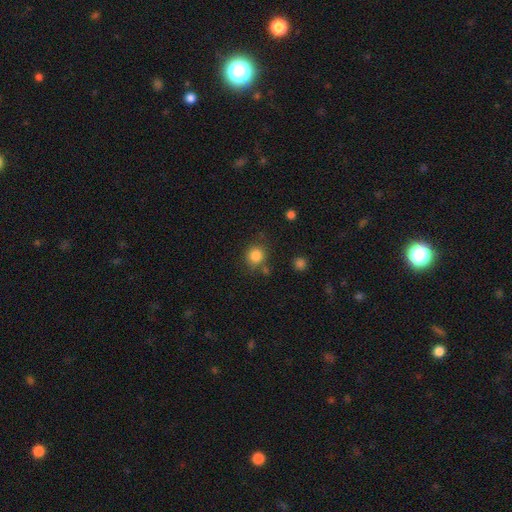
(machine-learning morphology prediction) Q: Smooth or featured?
A: smooth (84%); runner-up: star or artifact (11%)
Q: How rounded?
A: round (87%); runner-up: in between (12%)
Q: Merging?
A: none (74%); runner-up: minor disturbance (13%)